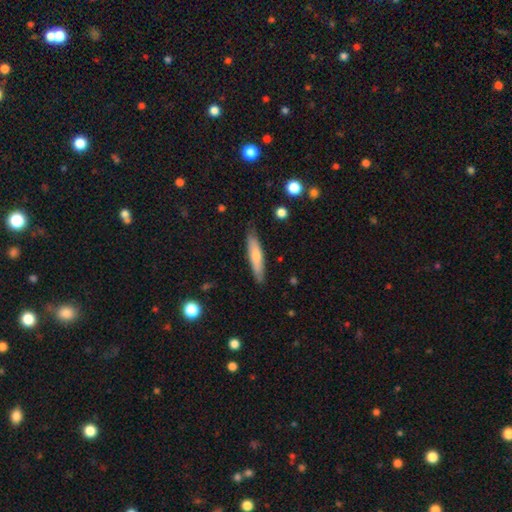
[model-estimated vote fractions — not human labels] Smooth or featured? smooth (62%)
How rounded? cigar-shaped (84%)
Merging? none (86%)